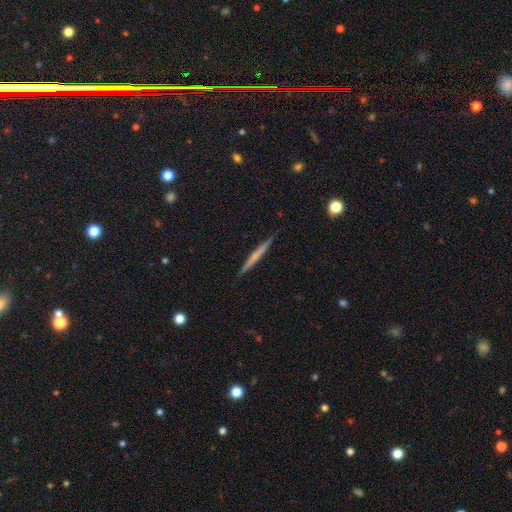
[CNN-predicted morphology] Smooth or featured?
  - smooth: 49% *
  - featured or disk: 45%
  - star or artifact: 6%
Merging?
  - none: 90% *
  - minor disturbance: 7%
  - major disturbance: 1%
  - merger: 1%